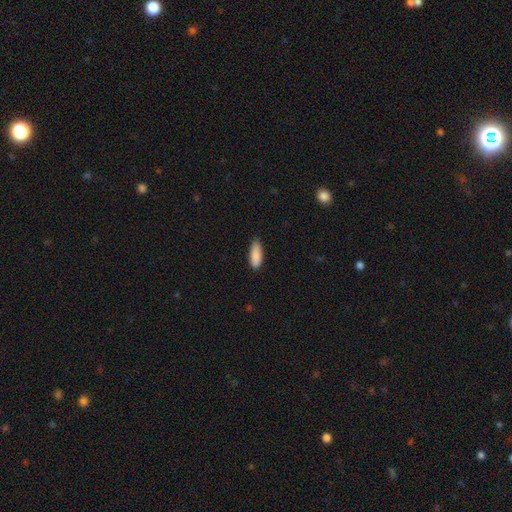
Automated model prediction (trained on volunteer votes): Smooth or featured? smooth (89%)
How rounded? in between (68%)
Merging? none (79%)